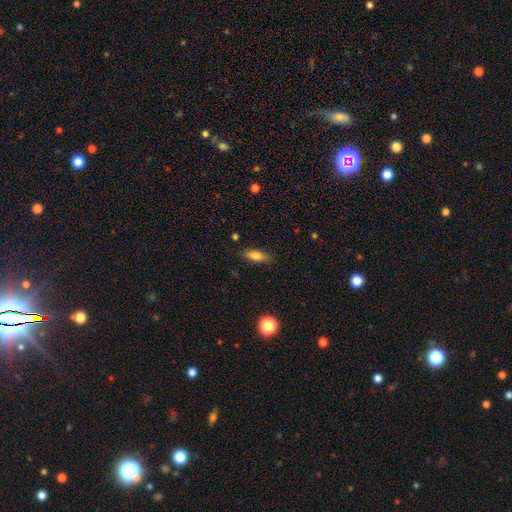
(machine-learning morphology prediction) Smooth or featured? smooth (77%)
How rounded? in between (69%)
Merging? none (83%)